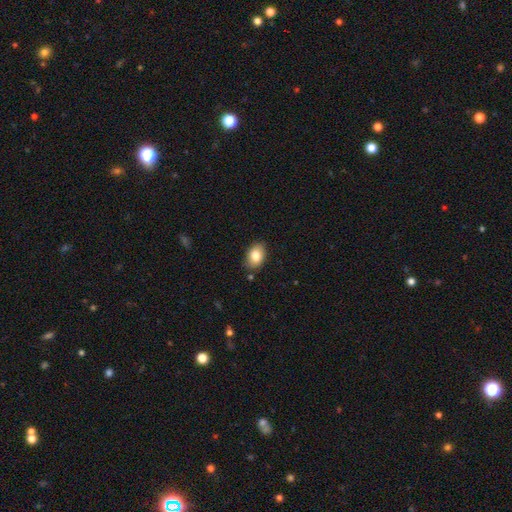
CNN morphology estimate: Q: Smooth or featured?
A: smooth (82%); runner-up: featured or disk (10%)
Q: How rounded?
A: in between (82%); runner-up: round (17%)
Q: Merging?
A: none (82%); runner-up: minor disturbance (13%)